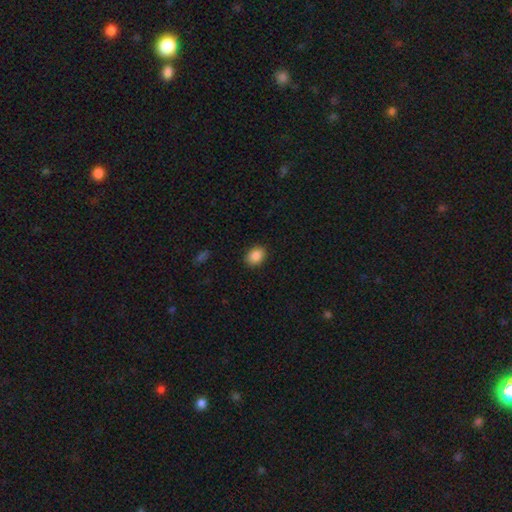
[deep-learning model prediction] Smooth or featured? Predicted: smooth (p=0.88). How rounded? Predicted: in between (p=0.63). Merging? Predicted: none (p=0.88).